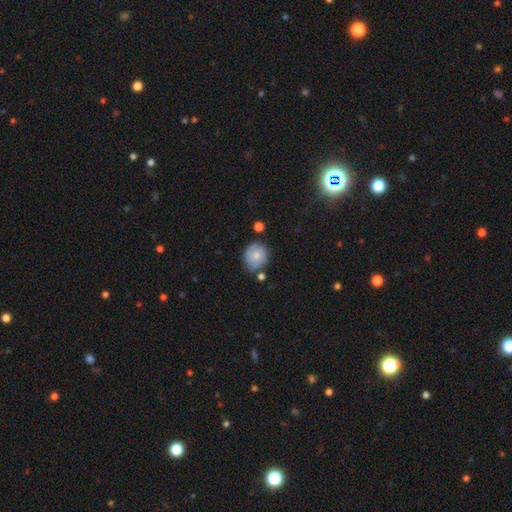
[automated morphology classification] type=smooth (67%); roundness=round (72%); merging=none (66%).